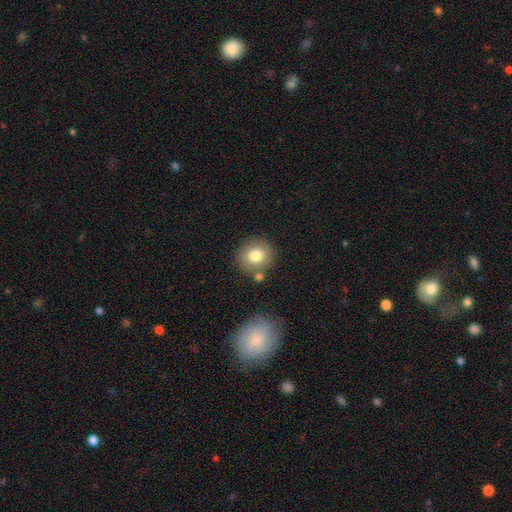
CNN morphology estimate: Smooth or featured?
  - smooth: 79% *
  - featured or disk: 12%
  - star or artifact: 10%
How rounded?
  - round: 86% *
  - in between: 13%
  - cigar-shaped: 1%
Merging?
  - none: 78% *
  - minor disturbance: 10%
  - merger: 9%
  - major disturbance: 3%